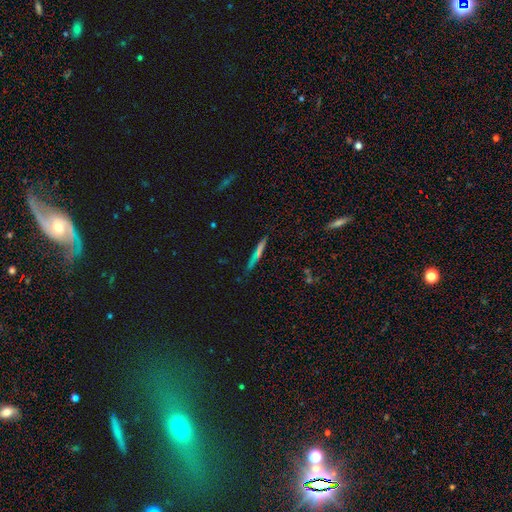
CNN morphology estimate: Q: Smooth or featured?
A: featured or disk (45%); runner-up: smooth (37%)
Q: Merging?
A: none (80%); runner-up: minor disturbance (13%)